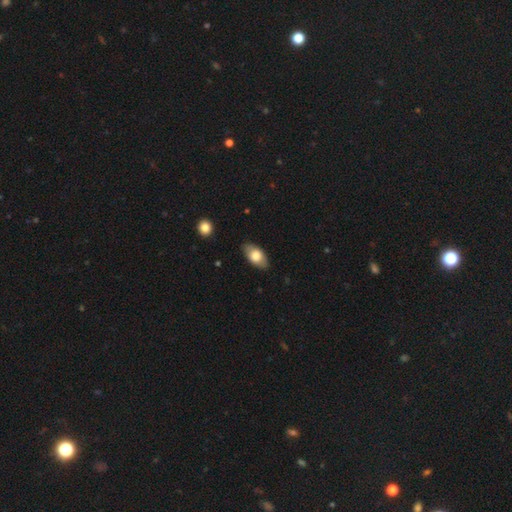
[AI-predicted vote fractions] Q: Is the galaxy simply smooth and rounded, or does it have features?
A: smooth — 73%.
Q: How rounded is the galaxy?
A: in between — 92%.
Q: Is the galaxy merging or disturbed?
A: none — 83%.